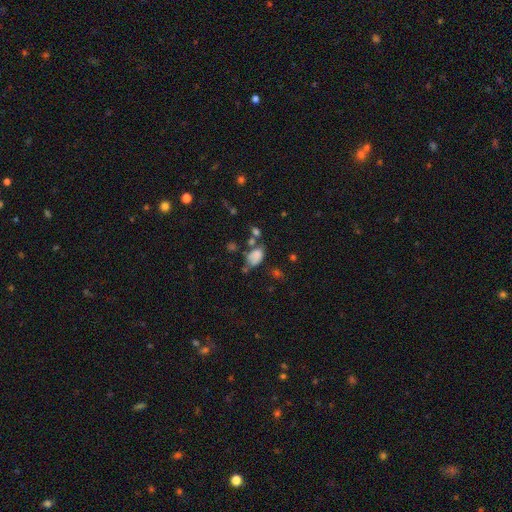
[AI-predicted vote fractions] Smooth or featured?
  - smooth: 75% *
  - featured or disk: 13%
  - star or artifact: 12%
How rounded?
  - in between: 86% *
  - round: 12%
  - cigar-shaped: 2%
Merging?
  - none: 37% *
  - minor disturbance: 27%
  - merger: 21%
  - major disturbance: 15%